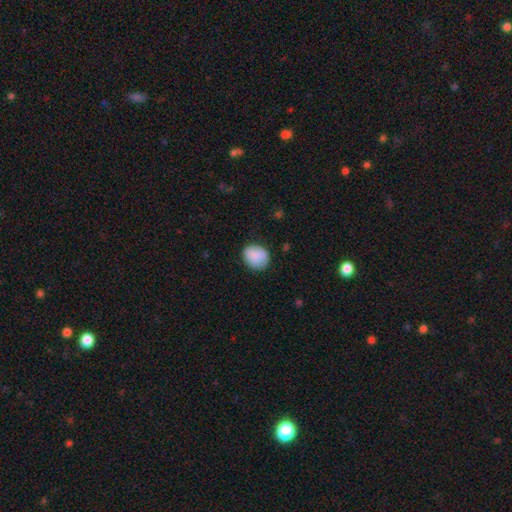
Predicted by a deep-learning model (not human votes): A smooth galaxy with no disk features (86%) that is round (62%). Merging: none (77%).